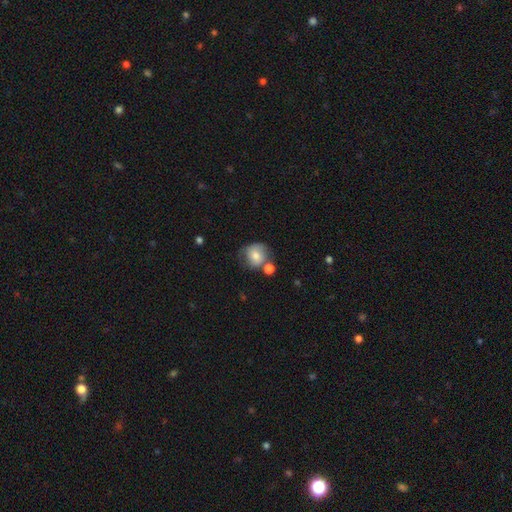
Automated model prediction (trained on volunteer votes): Smooth or featured: smooth — 68% (featured or disk — 24%)
How rounded: round — 76% (in between — 23%)
Merging: none — 46% (merger — 22%)